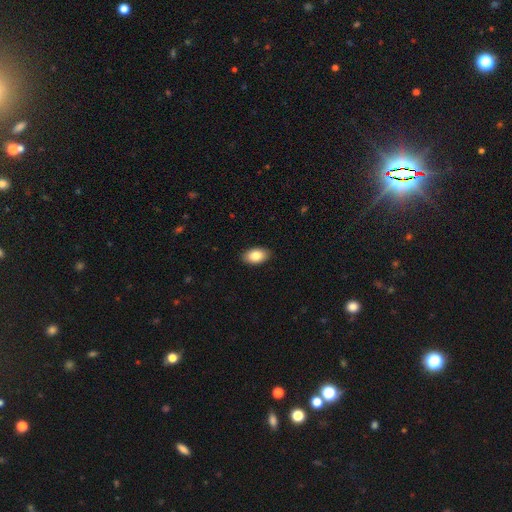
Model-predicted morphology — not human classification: smooth-or-featured: smooth: 85% | featured or disk: 8% | star or artifact: 7%
  how-rounded: in between: 92% | round: 6% | cigar-shaped: 1%
  merging: none: 89% | minor disturbance: 8% | major disturbance: 2% | merger: 1%